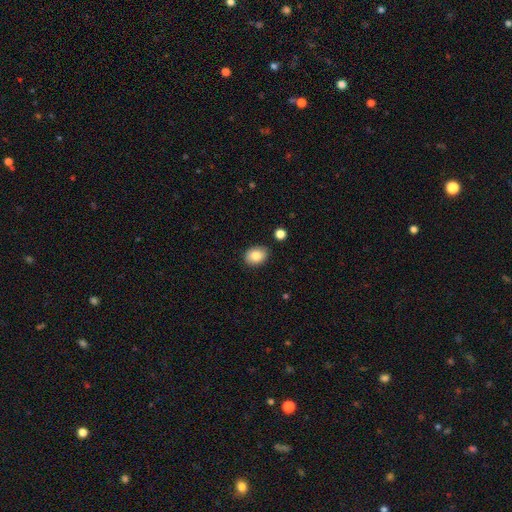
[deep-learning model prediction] smooth-or-featured: smooth: 84% | star or artifact: 8% | featured or disk: 7%
  how-rounded: in between: 63% | round: 36% | cigar-shaped: 1%
  merging: none: 84% | minor disturbance: 11% | merger: 3% | major disturbance: 2%